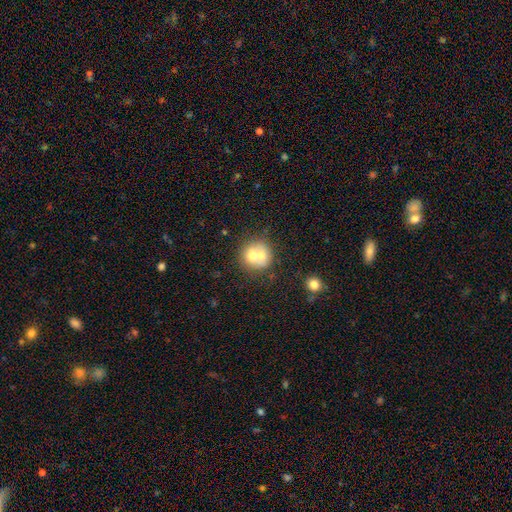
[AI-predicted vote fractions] Q: Smooth or featured?
A: smooth (63%); runner-up: featured or disk (28%)
Q: How rounded?
A: round (82%); runner-up: in between (17%)
Q: Merging?
A: merger (59%); runner-up: none (30%)